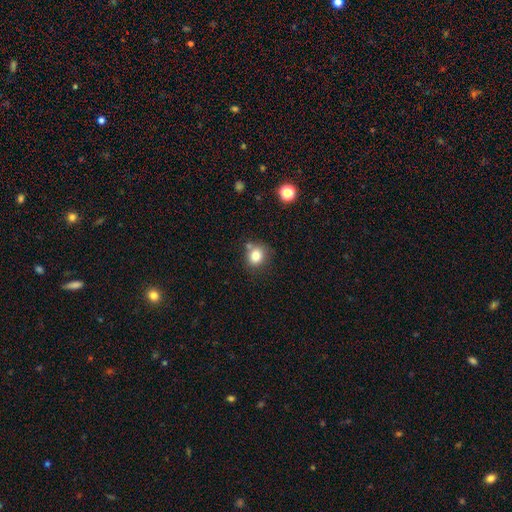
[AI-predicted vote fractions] Smooth or featured? smooth (81%)
How rounded? round (80%)
Merging? none (68%)